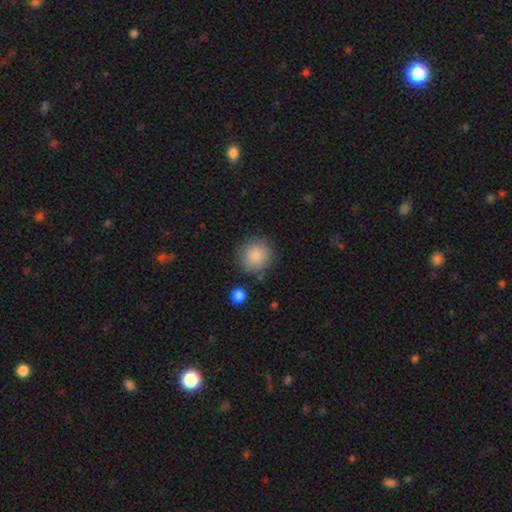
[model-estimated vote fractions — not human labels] Smooth or featured?
  - smooth: 87% *
  - star or artifact: 8%
  - featured or disk: 5%
How rounded?
  - round: 90% *
  - in between: 9%
  - cigar-shaped: 1%
Merging?
  - none: 83% *
  - minor disturbance: 10%
  - merger: 4%
  - major disturbance: 3%